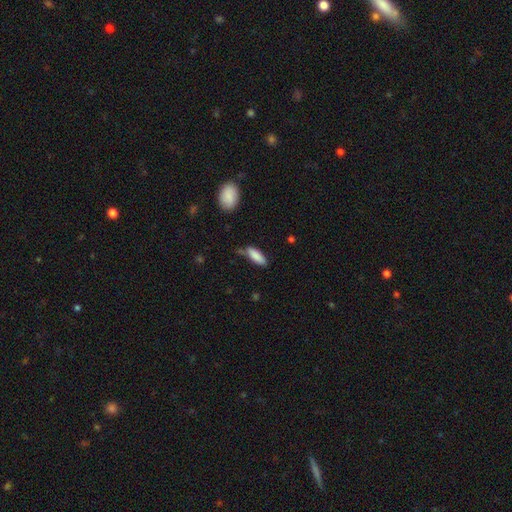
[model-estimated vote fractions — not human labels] Smooth or featured? smooth (85%)
How rounded? in between (57%)
Merging? none (58%)